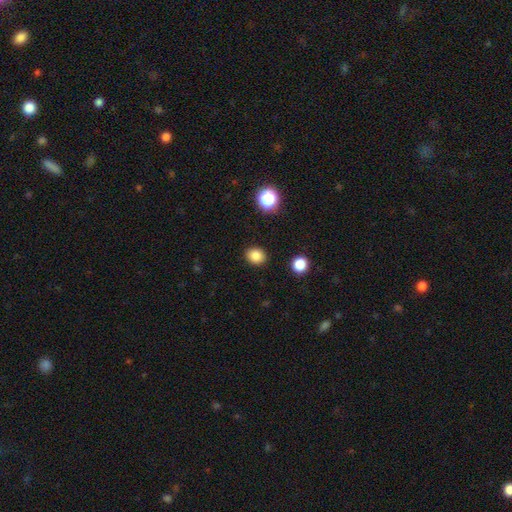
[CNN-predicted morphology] This appears to be a smooth galaxy with no disk features (84%) that is round (63%). Merging: none (90%).